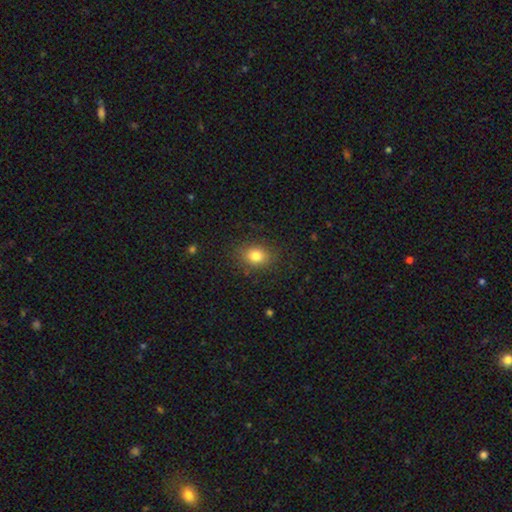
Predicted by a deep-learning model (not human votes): Smooth or featured?
  - smooth: 82% *
  - star or artifact: 11%
  - featured or disk: 8%
How rounded?
  - in between: 58% *
  - round: 40%
  - cigar-shaped: 1%
Merging?
  - none: 85% *
  - minor disturbance: 11%
  - major disturbance: 3%
  - merger: 1%